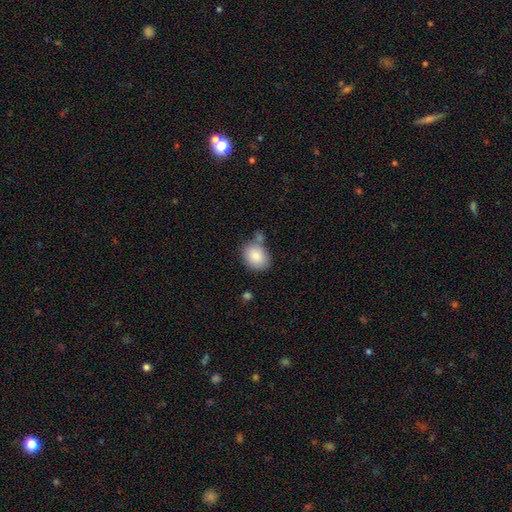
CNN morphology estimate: Smooth or featured?
  - smooth: 83% *
  - featured or disk: 10%
  - star or artifact: 8%
How rounded?
  - in between: 62% *
  - round: 37%
  - cigar-shaped: 1%
Merging?
  - none: 63% *
  - minor disturbance: 17%
  - merger: 15%
  - major disturbance: 5%